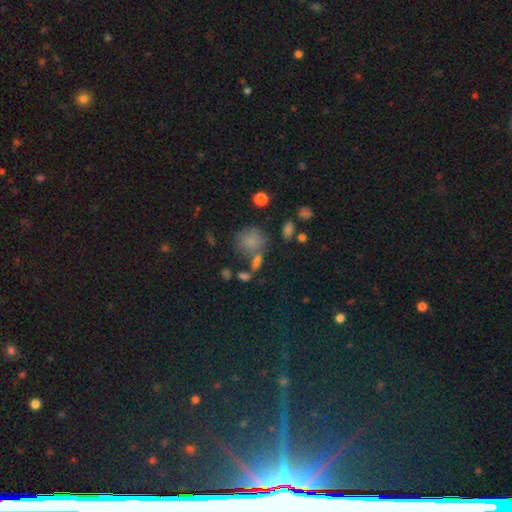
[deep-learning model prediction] Smooth or featured: smooth — 50% (star or artifact — 39%)
Merging: none — 63% (merger — 16%)